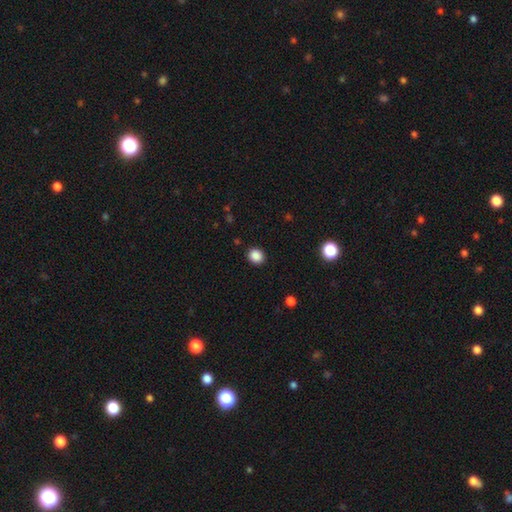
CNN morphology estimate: A smooth galaxy with no disk features (87%) that is round (70%). Merging: none (90%).